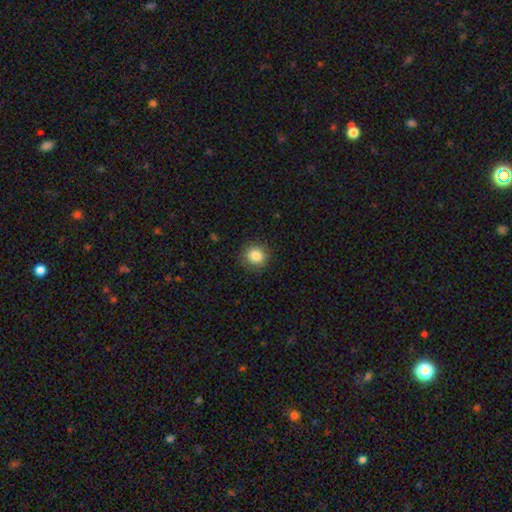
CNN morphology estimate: Smooth or featured?
  - smooth: 84% *
  - star or artifact: 10%
  - featured or disk: 6%
How rounded?
  - round: 88% *
  - in between: 11%
  - cigar-shaped: 1%
Merging?
  - none: 88% *
  - minor disturbance: 8%
  - major disturbance: 2%
  - merger: 1%